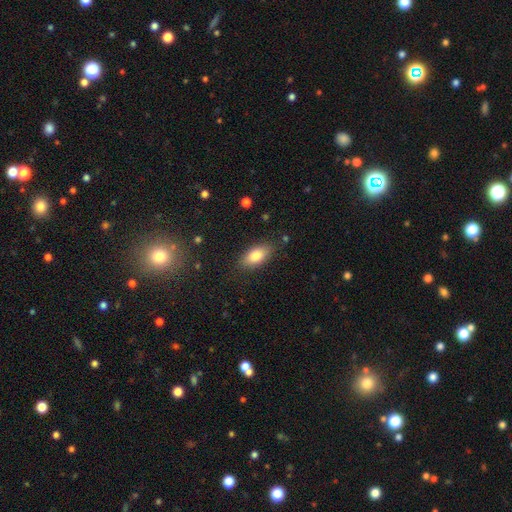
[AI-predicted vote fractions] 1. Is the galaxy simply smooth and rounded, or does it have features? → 80% smooth, 13% featured or disk, 7% star or artifact.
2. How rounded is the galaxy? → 88% in between, 8% cigar-shaped, 4% round.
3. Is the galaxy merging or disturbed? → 84% none, 12% minor disturbance, 3% major disturbance, 1% merger.